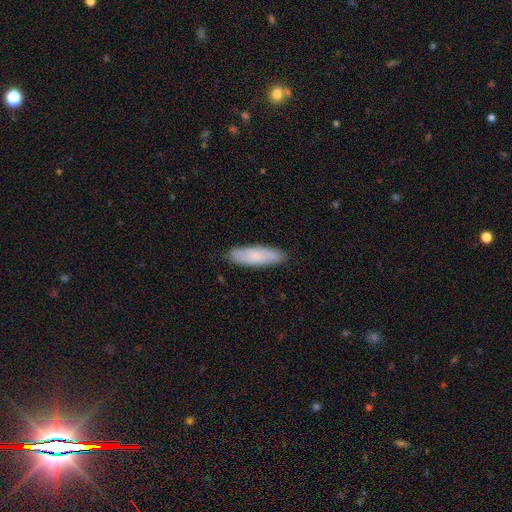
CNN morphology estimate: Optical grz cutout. It shows a smooth galaxy with no disk features (68%) that is cigar-shaped (53%). Merging: none (86%).